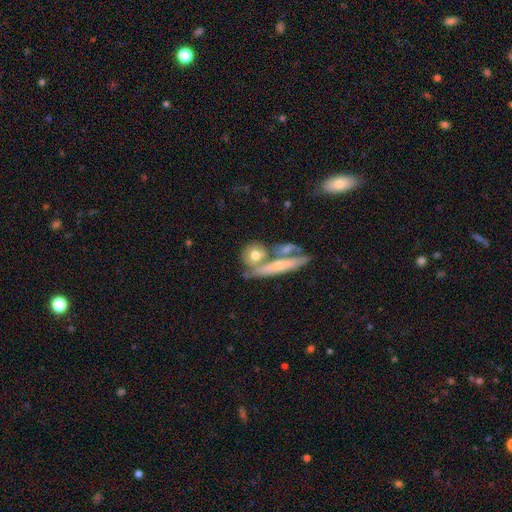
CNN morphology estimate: smooth-or-featured: smooth: 58% | featured or disk: 34% | star or artifact: 8%
  how-rounded: round: 51% | in between: 25% | cigar-shaped: 24%
  merging: none: 46% | merger: 35% | minor disturbance: 13% | major disturbance: 6%